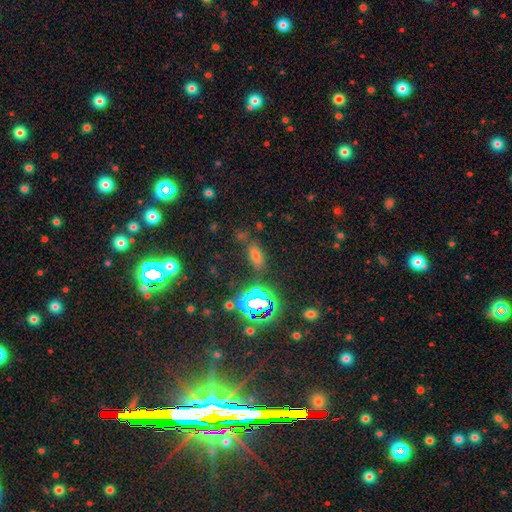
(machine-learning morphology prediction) Smooth or featured? Predicted: smooth (p=0.56). How rounded? Predicted: in between (p=0.73). Merging? Predicted: none (p=0.76).